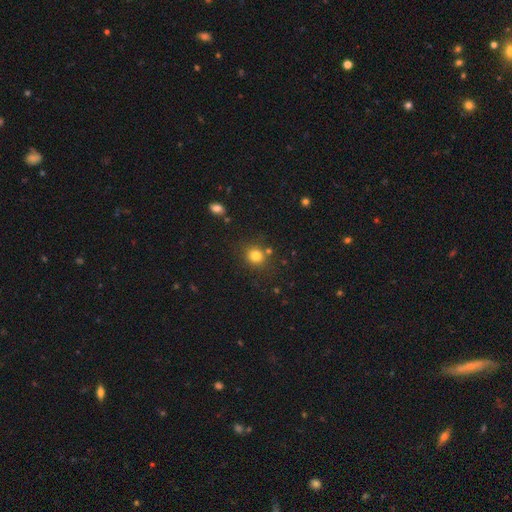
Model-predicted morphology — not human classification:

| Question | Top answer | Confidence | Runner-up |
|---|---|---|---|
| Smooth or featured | smooth | 79% | star or artifact (14%) |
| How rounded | round | 83% | in between (16%) |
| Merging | none | 78% | minor disturbance (10%) |